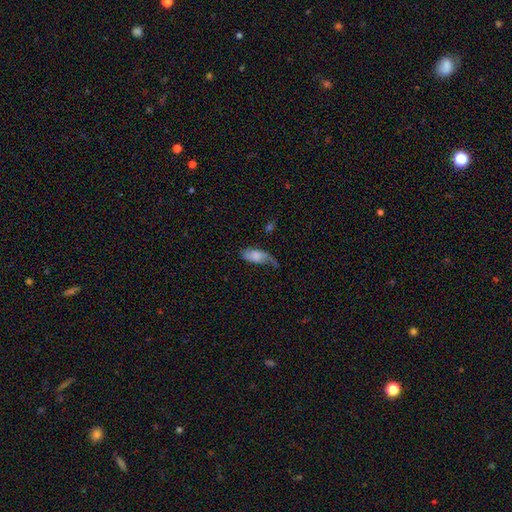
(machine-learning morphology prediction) Smooth or featured? smooth (69%)
How rounded? in between (88%)
Merging? minor disturbance (35%)